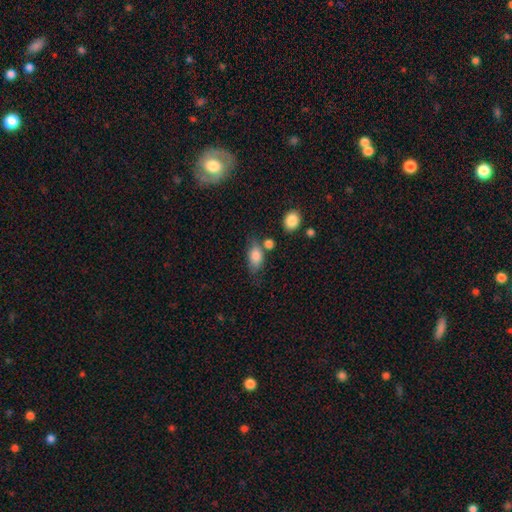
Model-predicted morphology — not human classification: Smooth or featured? Predicted: smooth (p=0.82). How rounded? Predicted: in between (p=0.85). Merging? Predicted: none (p=0.55).